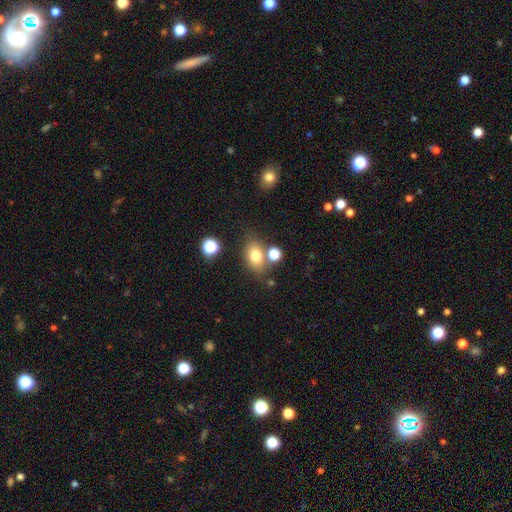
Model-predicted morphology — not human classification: The model was most divided on "how rounded": in between: 73%, round: 26%, cigar-shaped: 2%. More confident: smooth or featured — smooth (76%); merging — none (68%).